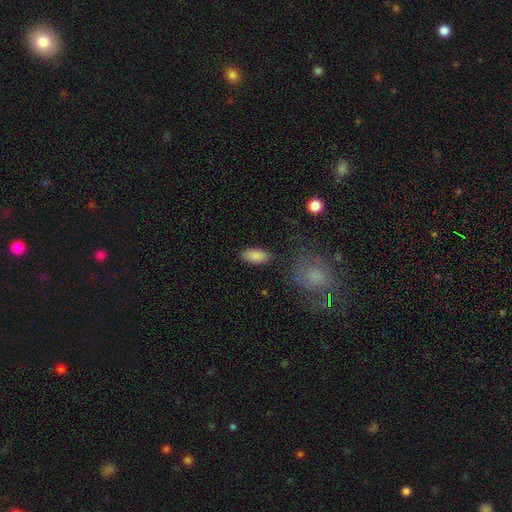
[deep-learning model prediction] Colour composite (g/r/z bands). It shows a smooth galaxy with no disk features (87%) that is in between round and cigar-shaped (92%). Merging: none (83%).